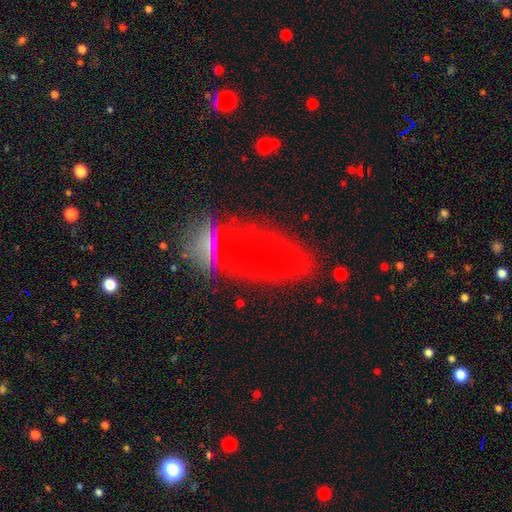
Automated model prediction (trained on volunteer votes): Smooth or featured: smooth — 43% (tied with featured or disk — 43%)
Merging: none — 43% (merger — 33%)